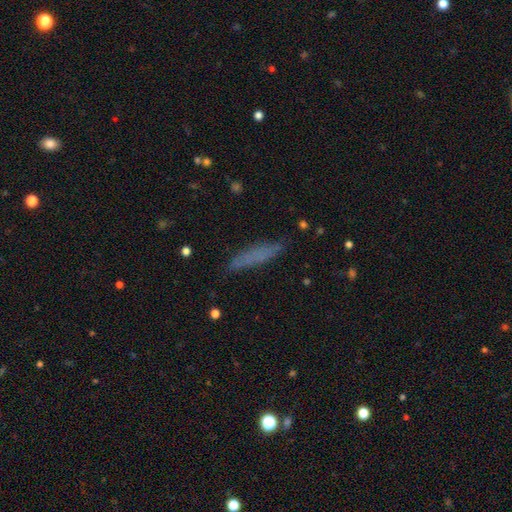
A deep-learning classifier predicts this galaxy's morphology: The model was most divided on "smooth or featured": smooth: 67%, featured or disk: 21%, star or artifact: 12%. More confident: how rounded — cigar-shaped (87%); merging — none (83%).